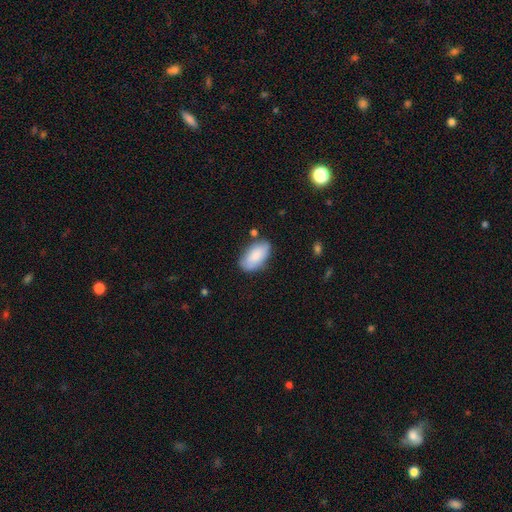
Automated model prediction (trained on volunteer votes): Q: Smooth or featured?
A: smooth (82%); runner-up: featured or disk (12%)
Q: How rounded?
A: in between (95%); runner-up: round (3%)
Q: Merging?
A: none (73%); runner-up: minor disturbance (19%)